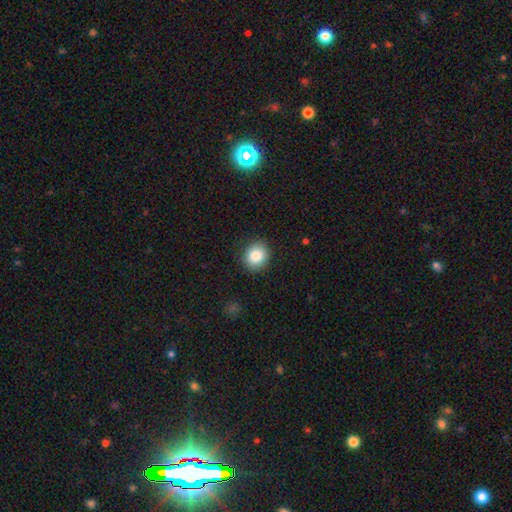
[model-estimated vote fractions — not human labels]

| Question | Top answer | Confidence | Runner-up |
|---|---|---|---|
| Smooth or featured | smooth | 85% | star or artifact (9%) |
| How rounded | round | 77% | in between (22%) |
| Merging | none | 89% | minor disturbance (8%) |